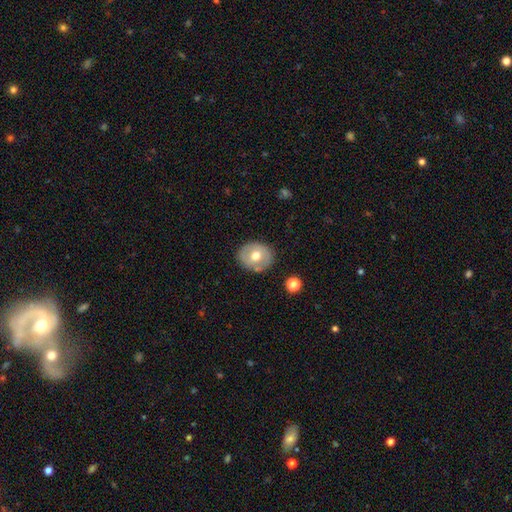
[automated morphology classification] type=smooth (57%); roundness=round (72%); merging=none (83%).